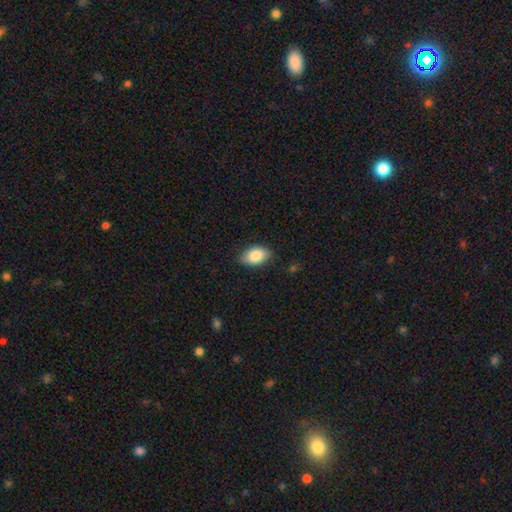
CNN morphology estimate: A smooth galaxy with no disk features (86%) that is in between round and cigar-shaped (91%). Merging: none (82%).